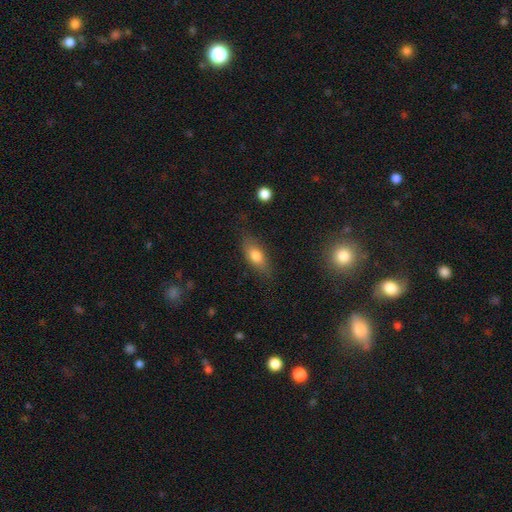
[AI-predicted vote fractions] This is likely a smooth galaxy (73%). How rounded: likely in between (75%). Merging: likely none (74%).